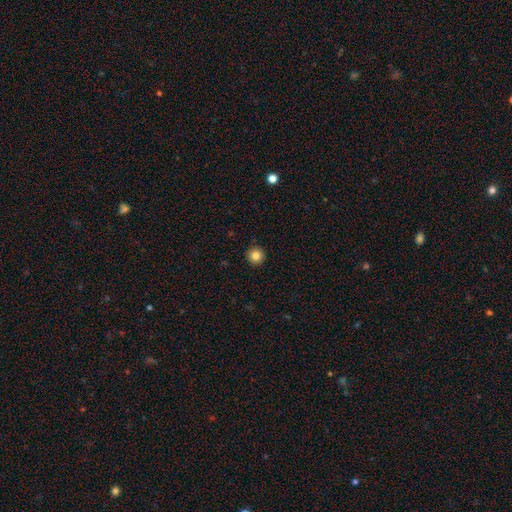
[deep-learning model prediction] smooth 84%, star or artifact 11%, featured or disk 5%. Down the decision tree: how rounded — round (95%); merging — none (93%).